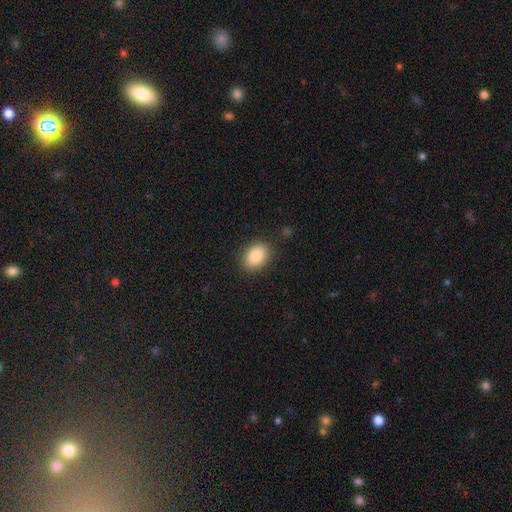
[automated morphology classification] Q: Smooth or featured?
A: smooth (86%); runner-up: star or artifact (8%)
Q: How rounded?
A: in between (73%); runner-up: round (26%)
Q: Merging?
A: none (87%); runner-up: minor disturbance (9%)